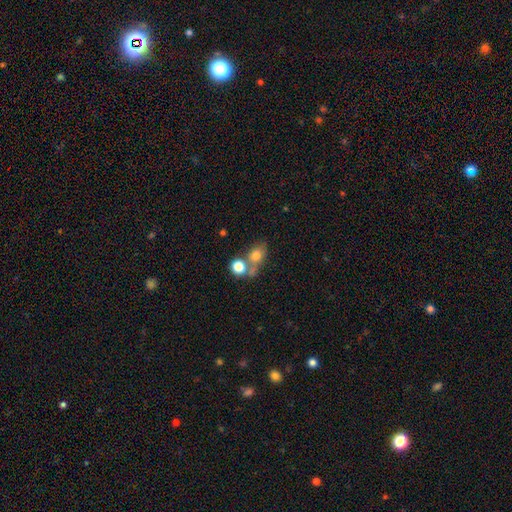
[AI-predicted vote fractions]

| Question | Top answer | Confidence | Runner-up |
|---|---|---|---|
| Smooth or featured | smooth | 73% | featured or disk (15%) |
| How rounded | in between | 51% | round (47%) |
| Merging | none | 43% | merger (39%) |